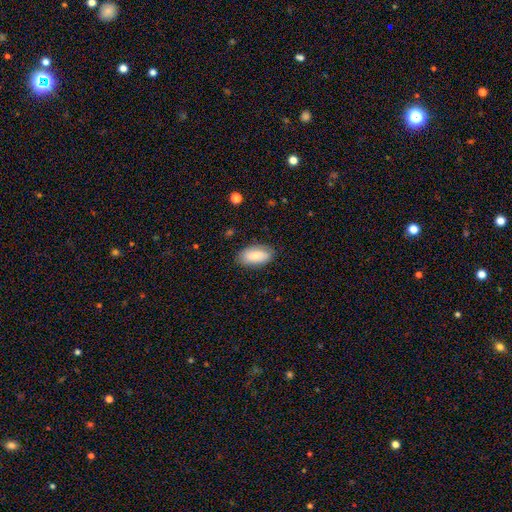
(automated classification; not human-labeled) This is likely a smooth galaxy (76%). How rounded: clearly in between (93%). Merging: clearly none (80%).